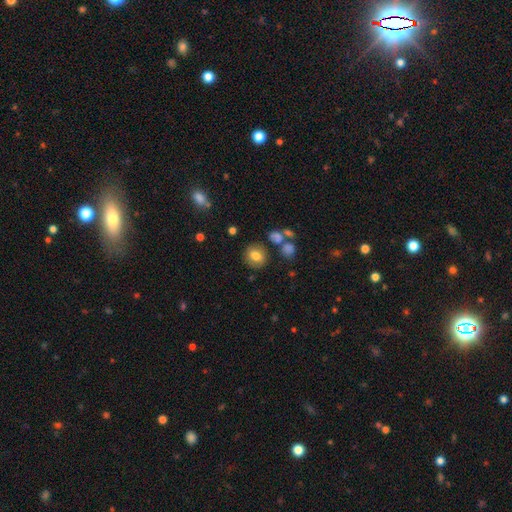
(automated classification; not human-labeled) The model was most divided on "how rounded": round: 77%, in between: 22%, cigar-shaped: 1%. More confident: merging — none (80%); smooth or featured — smooth (78%).